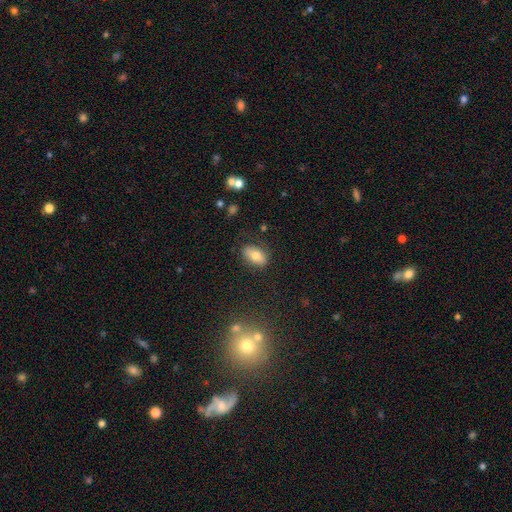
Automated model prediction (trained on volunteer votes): Smooth or featured? smooth (72%)
How rounded? in between (89%)
Merging? none (80%)